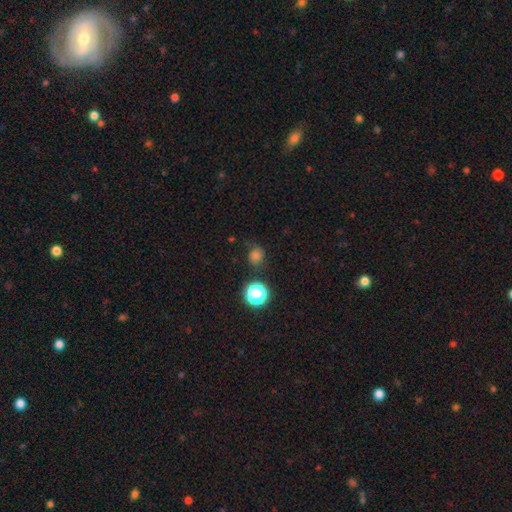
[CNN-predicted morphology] smooth-or-featured: smooth: 71% | star or artifact: 20% | featured or disk: 9%
  how-rounded: round: 79% | in between: 20% | cigar-shaped: 1%
  merging: none: 62% | minor disturbance: 23% | major disturbance: 11% | merger: 3%